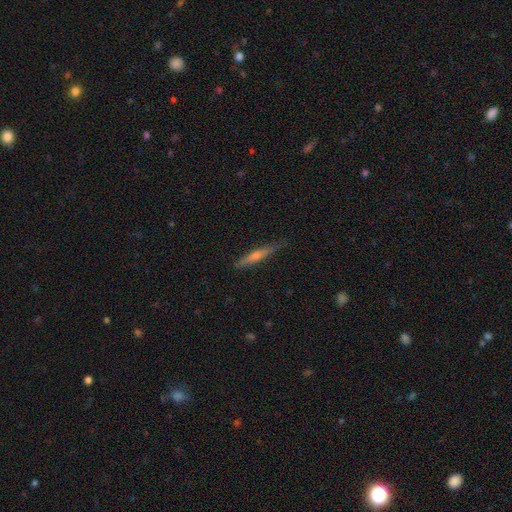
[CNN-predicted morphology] Smooth or featured? Predicted: featured or disk (p=0.58). Edge-on disk? Predicted: yes (p=0.96). Edge-on bulge? Predicted: rounded (p=0.69). Merging? Predicted: none (p=0.84).